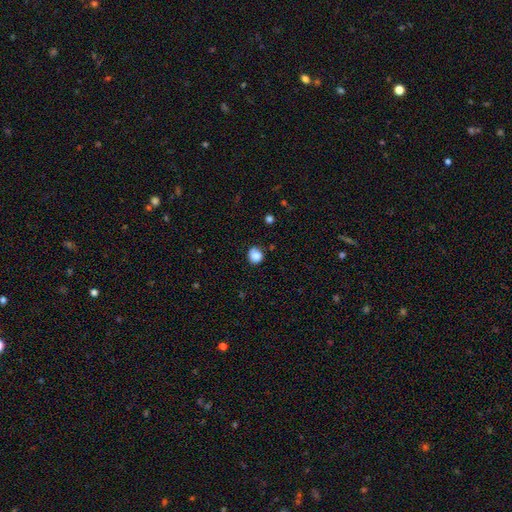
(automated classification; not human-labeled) smooth 85%, star or artifact 10%, featured or disk 5%. Down the decision tree: how rounded — round (83%); merging — none (76%).